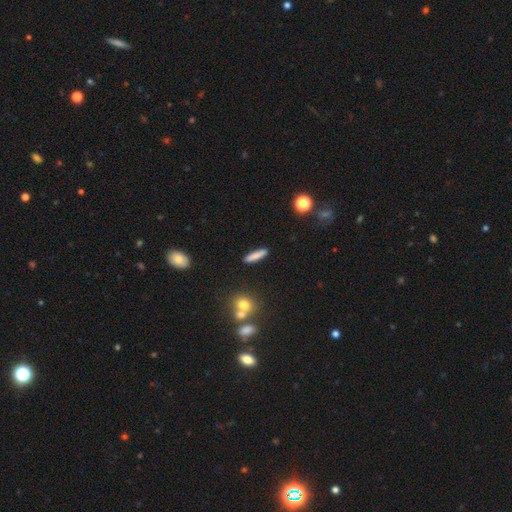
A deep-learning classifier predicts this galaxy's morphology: smooth-or-featured: smooth: 78% | featured or disk: 14% | star or artifact: 8%
  how-rounded: cigar-shaped: 85% | in between: 12% | round: 2%
  merging: none: 88% | minor disturbance: 8% | merger: 3% | major disturbance: 2%